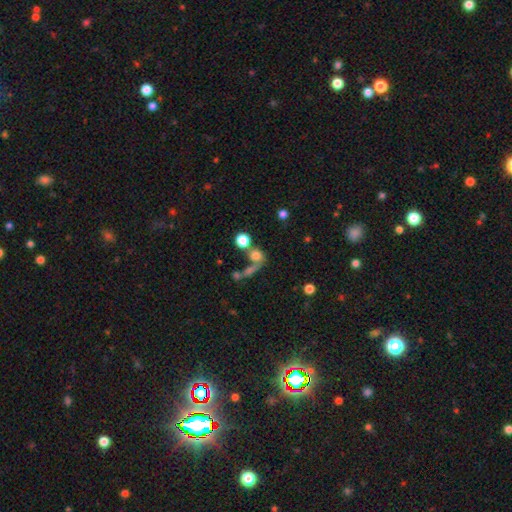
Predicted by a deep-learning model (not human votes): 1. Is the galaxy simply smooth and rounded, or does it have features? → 70% smooth, 16% star or artifact, 13% featured or disk.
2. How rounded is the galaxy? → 72% round, 24% in between, 4% cigar-shaped.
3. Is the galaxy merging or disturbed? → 40% none, 38% merger, 12% major disturbance, 10% minor disturbance.